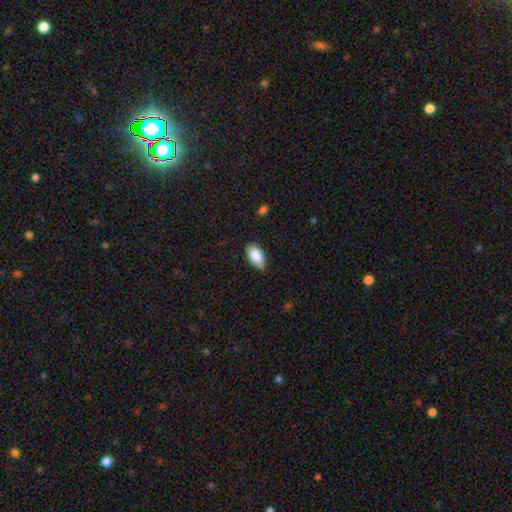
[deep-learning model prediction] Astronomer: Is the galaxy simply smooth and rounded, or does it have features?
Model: smooth — 86%.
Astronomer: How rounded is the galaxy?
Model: in between — 93%.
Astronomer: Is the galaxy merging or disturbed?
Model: none — 78%.